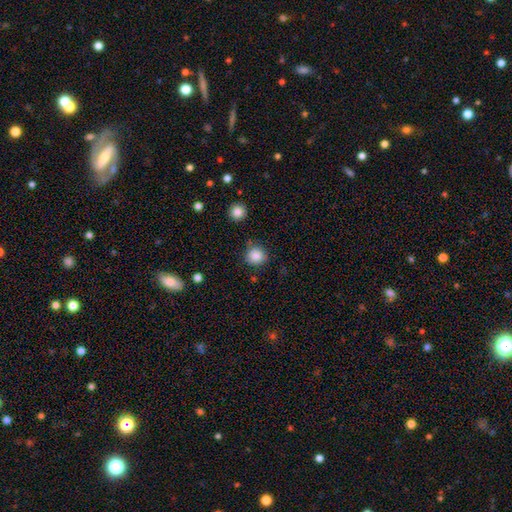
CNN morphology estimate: This is clearly a smooth galaxy (86%). How rounded: clearly round (93%). Merging: clearly none (84%).